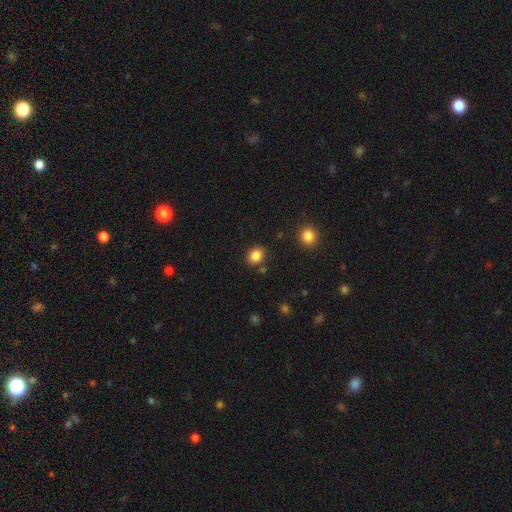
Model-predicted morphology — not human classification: A smooth galaxy with no disk features (85%) that is round (61%).

Vote fractions:
- Smooth or featured? smooth: 85% / star or artifact: 10% / featured or disk: 4%
- How rounded? round: 61% / in between: 38% / cigar-shaped: 1%
- Merging? none: 83% / minor disturbance: 10% / merger: 5% / major disturbance: 3%